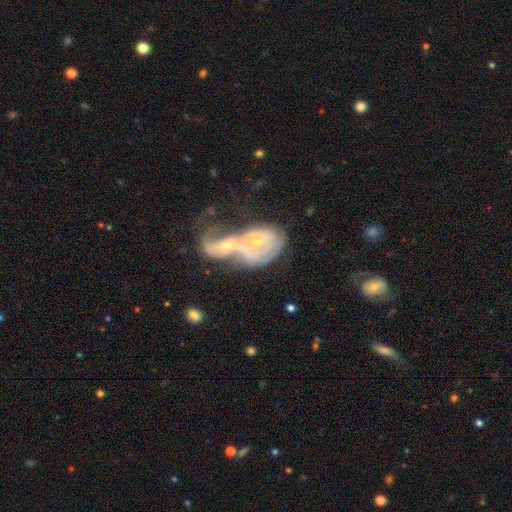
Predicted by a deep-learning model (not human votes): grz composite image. It shows a featured or disk galaxy (73%) with no bar (71%), 2 (40%) tight (43%) spiral arms (75%) and a small central bulge (56%). Merging: merger (79%).